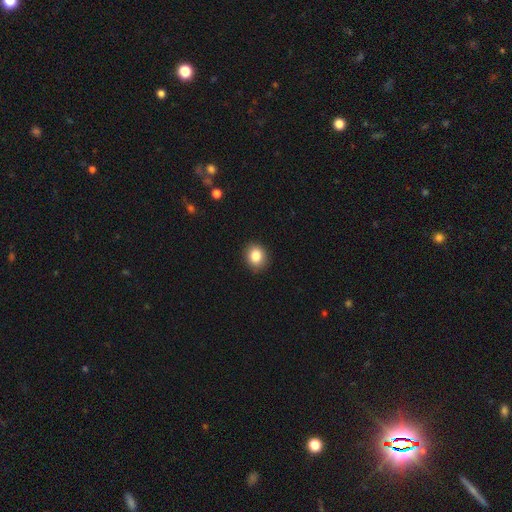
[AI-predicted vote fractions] A smooth galaxy with no disk features (85%) that is round (69%). Merging: none (90%).